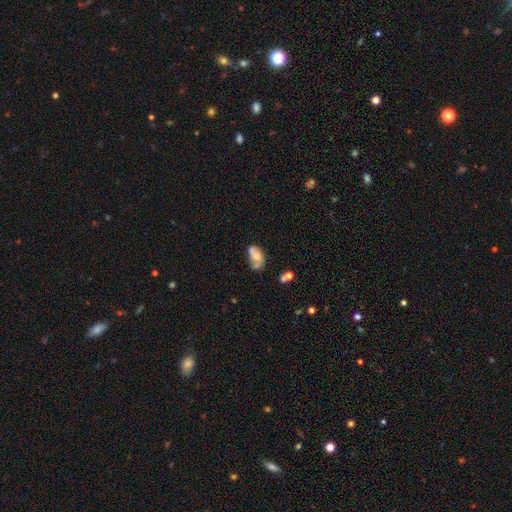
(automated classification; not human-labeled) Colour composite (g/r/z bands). It shows a smooth galaxy with no disk features (48%). Merging: none (37%).